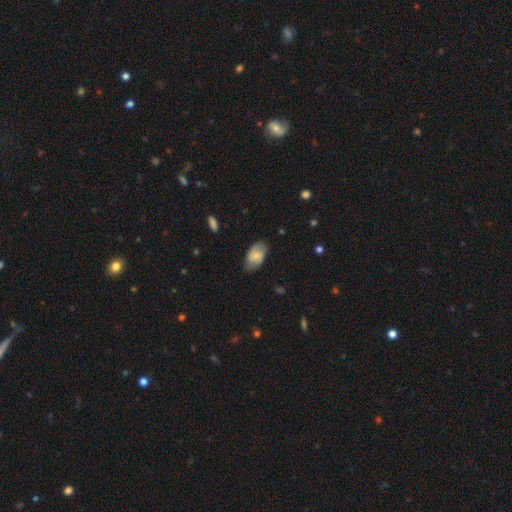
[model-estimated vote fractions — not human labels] Q: Smooth or featured?
A: smooth (55%); runner-up: featured or disk (38%)
Q: How rounded?
A: in between (92%); runner-up: round (6%)
Q: Merging?
A: none (75%); runner-up: minor disturbance (20%)